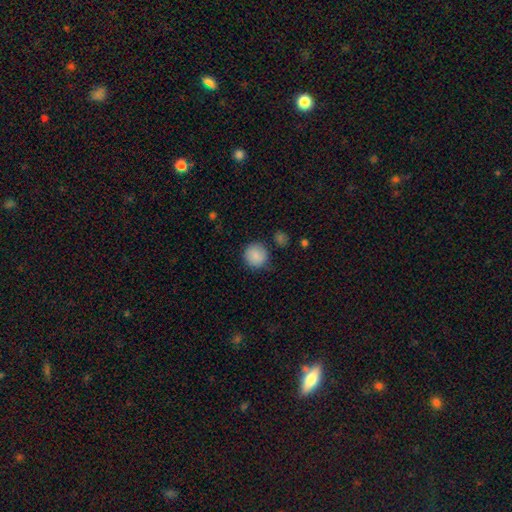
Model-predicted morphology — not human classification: smooth 87%, star or artifact 8%, featured or disk 5%. Down the decision tree: how rounded — round (92%); merging — none (81%).